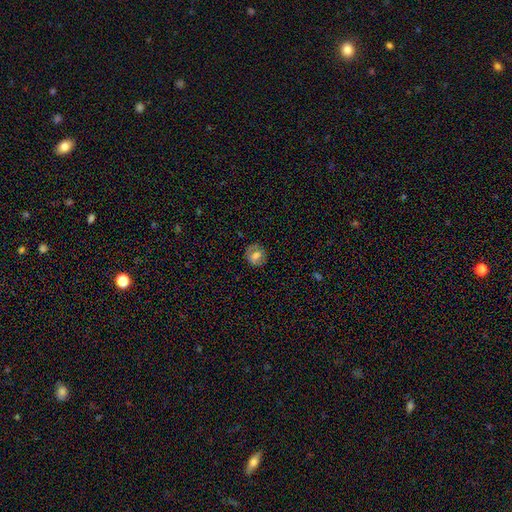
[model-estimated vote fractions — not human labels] Smooth or featured: smooth — 69% (featured or disk — 20%)
How rounded: round — 76% (in between — 23%)
Merging: none — 81% (minor disturbance — 13%)